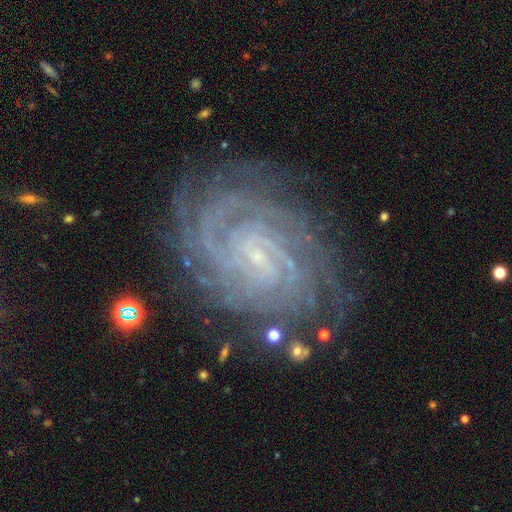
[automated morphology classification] This appears to be a featured or disk galaxy (90%) with no bar (43%), 4 (24%) tight (83%) spiral arms (98%) and a small central bulge (86%). Merging: none (79%).